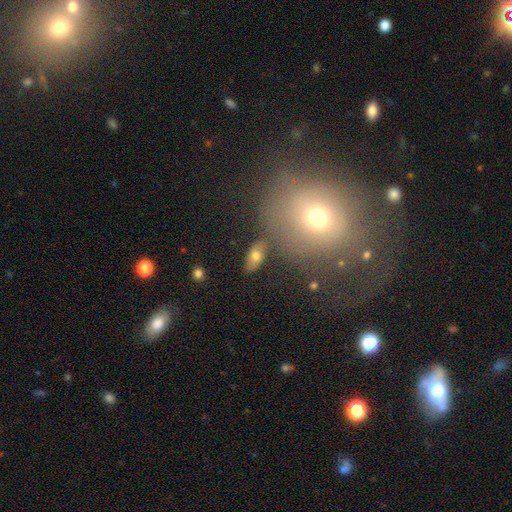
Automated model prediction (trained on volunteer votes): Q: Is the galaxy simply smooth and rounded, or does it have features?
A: smooth — 69%.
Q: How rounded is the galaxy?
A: in between — 88%.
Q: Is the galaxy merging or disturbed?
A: none — 74%.